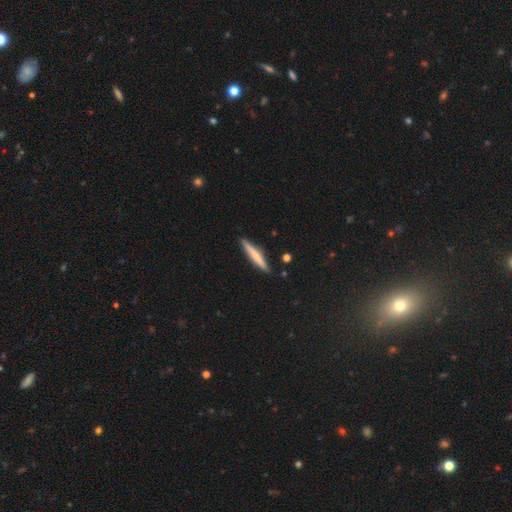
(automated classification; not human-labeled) Smooth or featured?
  - smooth: 61% *
  - featured or disk: 34%
  - star or artifact: 5%
How rounded?
  - cigar-shaped: 94% *
  - in between: 5%
  - round: 1%
Merging?
  - none: 88% *
  - minor disturbance: 8%
  - merger: 2%
  - major disturbance: 2%